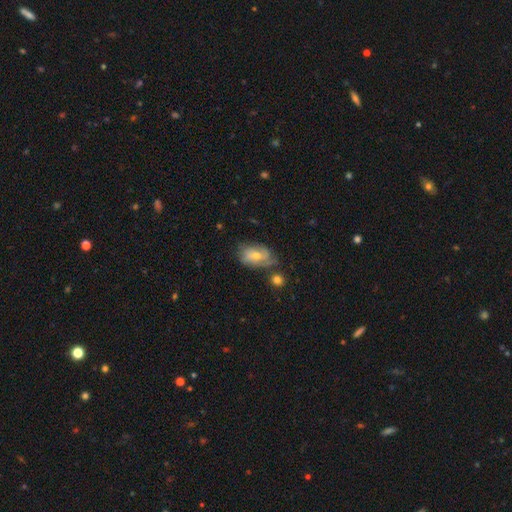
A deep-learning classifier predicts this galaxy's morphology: This appears to be a featured or disk galaxy (47%). Merging: none (50%).